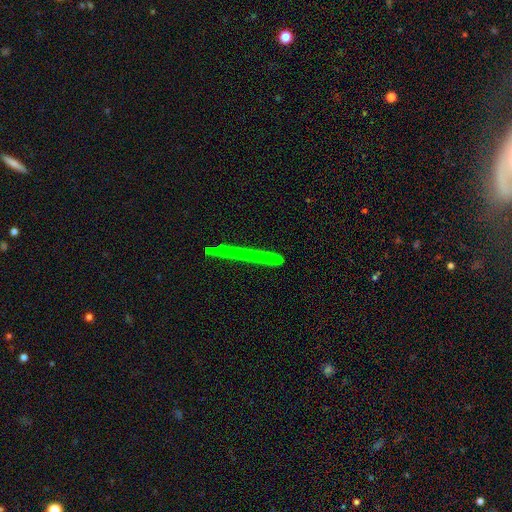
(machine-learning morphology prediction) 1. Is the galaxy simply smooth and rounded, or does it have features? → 51% featured or disk, 27% smooth, 23% star or artifact.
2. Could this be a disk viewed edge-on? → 93% yes, 7% no.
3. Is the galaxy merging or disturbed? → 83% none, 9% minor disturbance, 5% merger, 3% major disturbance.